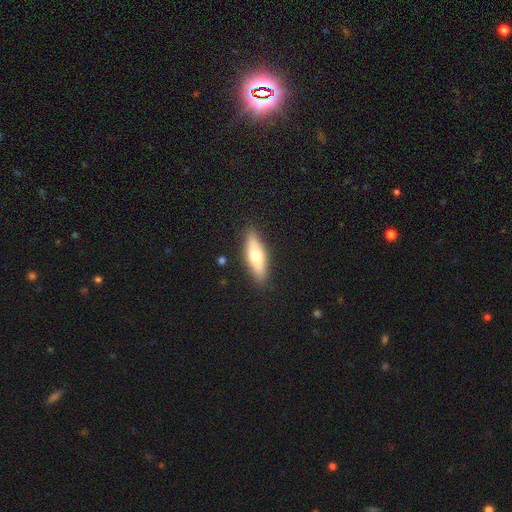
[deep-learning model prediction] smooth_or_featured: smooth (p=0.61) [alt: featured or disk p=0.33]
how_rounded: cigar-shaped (p=0.53) [alt: in between p=0.45]
merging: none (p=0.88) [alt: minor disturbance p=0.09]